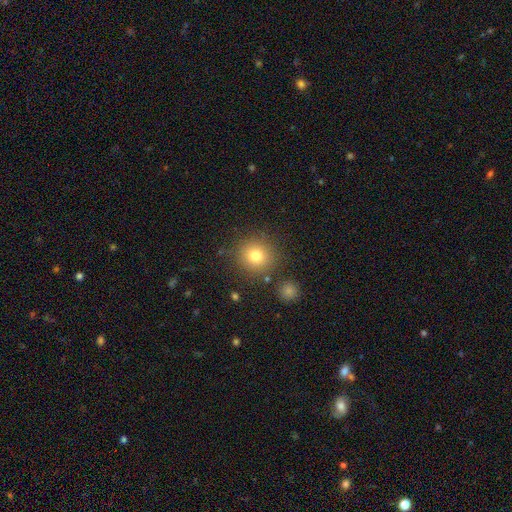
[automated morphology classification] Smooth or featured: smooth — 79% (star or artifact — 13%)
How rounded: round — 91% (in between — 8%)
Merging: none — 84% (minor disturbance — 8%)